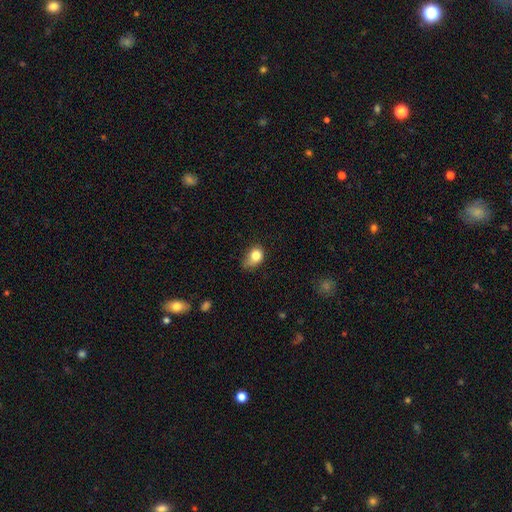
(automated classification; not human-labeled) Smooth or featured? smooth (81%)
How rounded? in between (56%)
Merging? minor disturbance (46%)